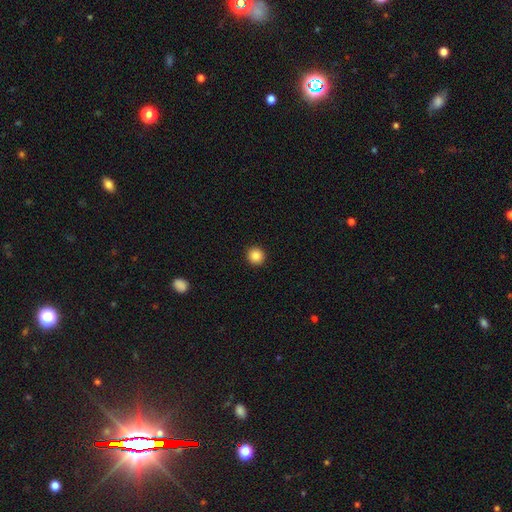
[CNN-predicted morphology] Overall: smooth (87%). How rounded: round (94%). Merging: none (94%).